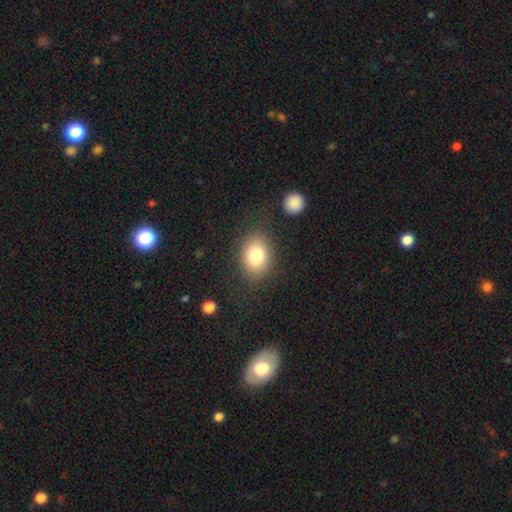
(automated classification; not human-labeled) Smooth or featured?
  - smooth: 79% *
  - featured or disk: 10%
  - star or artifact: 10%
How rounded?
  - in between: 64% *
  - round: 35%
  - cigar-shaped: 1%
Merging?
  - none: 80% *
  - minor disturbance: 12%
  - major disturbance: 5%
  - merger: 2%